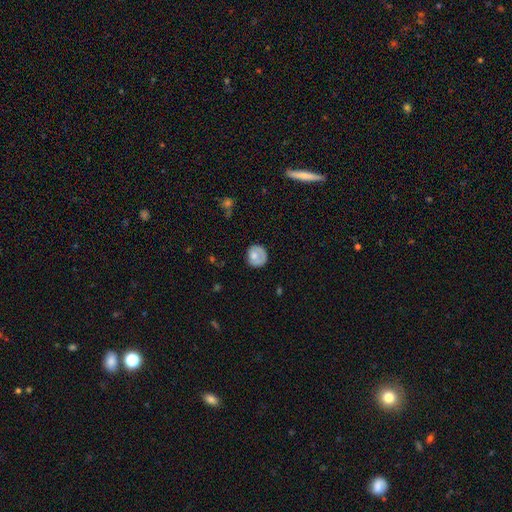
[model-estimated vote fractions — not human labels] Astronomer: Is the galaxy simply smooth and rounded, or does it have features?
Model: smooth — 67%.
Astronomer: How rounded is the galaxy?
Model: round — 80%.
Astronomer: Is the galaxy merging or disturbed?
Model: none — 65%.